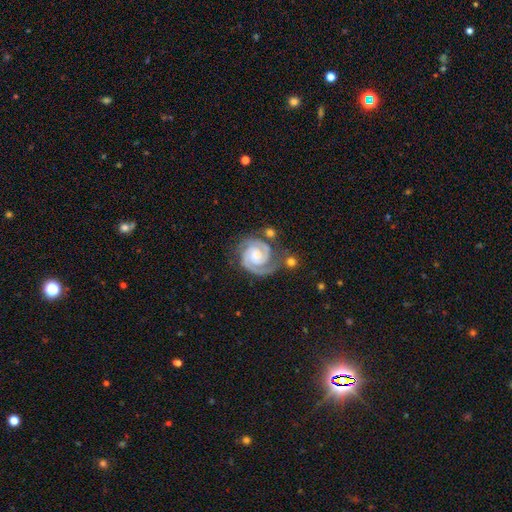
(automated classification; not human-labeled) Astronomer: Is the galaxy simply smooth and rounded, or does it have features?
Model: featured or disk — 90%.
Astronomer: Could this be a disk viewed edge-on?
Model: no — 98%.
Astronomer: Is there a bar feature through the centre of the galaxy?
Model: no — 62%.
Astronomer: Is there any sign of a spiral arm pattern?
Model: yes — 98%.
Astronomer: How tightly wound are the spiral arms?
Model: tight — 69%.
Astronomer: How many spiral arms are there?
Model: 2 — 84%.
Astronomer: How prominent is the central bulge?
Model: moderate — 51% (runner-up: small, 33%).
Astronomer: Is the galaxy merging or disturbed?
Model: none — 69%.